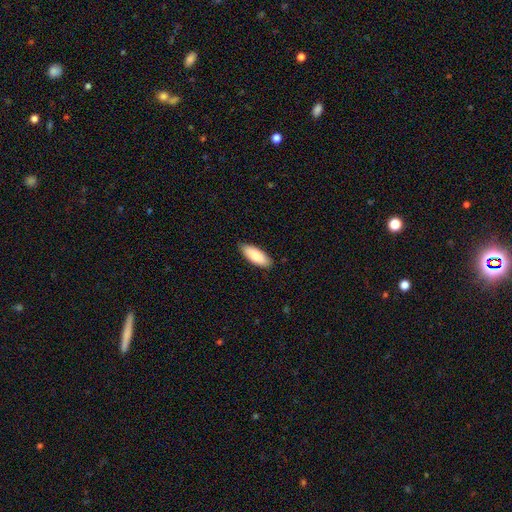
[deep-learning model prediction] Smooth or featured? Predicted: smooth (p=0.85). How rounded? Predicted: in between (p=0.81). Merging? Predicted: none (p=0.85).